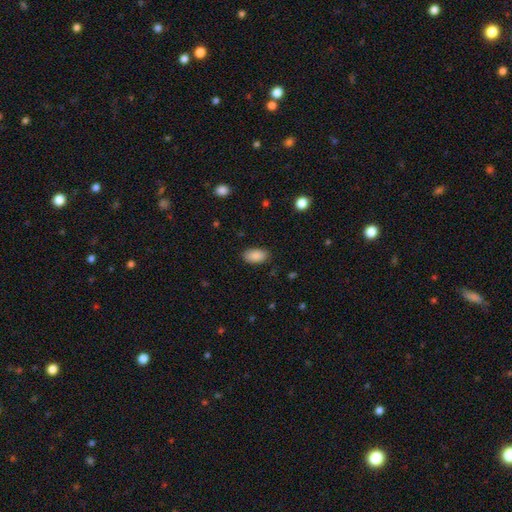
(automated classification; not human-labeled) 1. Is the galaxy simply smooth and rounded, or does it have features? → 89% smooth, 7% star or artifact, 4% featured or disk.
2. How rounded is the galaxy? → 94% in between, 4% round, 2% cigar-shaped.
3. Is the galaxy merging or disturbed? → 86% none, 11% minor disturbance, 3% major disturbance, 1% merger.